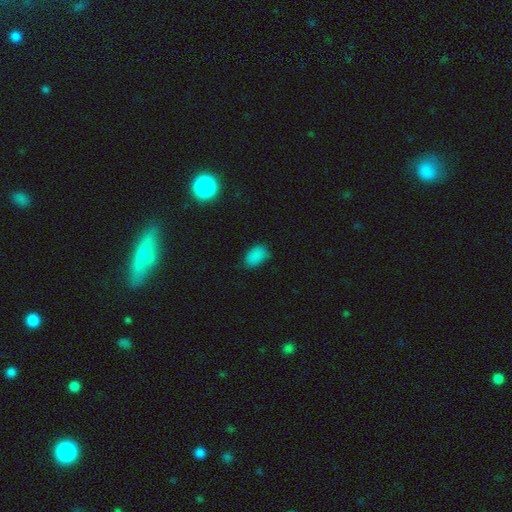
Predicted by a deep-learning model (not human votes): Morphology: type=smooth (84%); roundness=in between (90%); merging=none (77%).